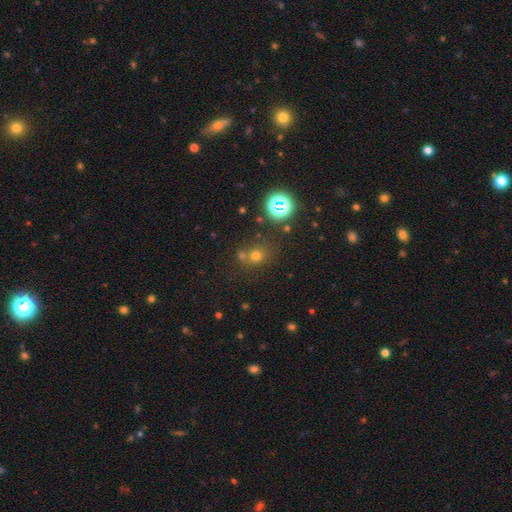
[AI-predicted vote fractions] Smooth or featured? smooth (59%)
How rounded? round (80%)
Merging? none (59%)